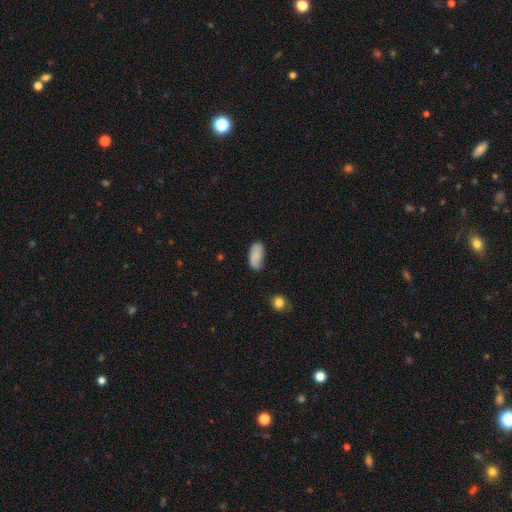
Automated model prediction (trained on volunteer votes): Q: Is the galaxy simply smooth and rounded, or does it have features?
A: smooth — 79%.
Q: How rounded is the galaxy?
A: in between — 93%.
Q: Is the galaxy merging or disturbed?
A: none — 65%.